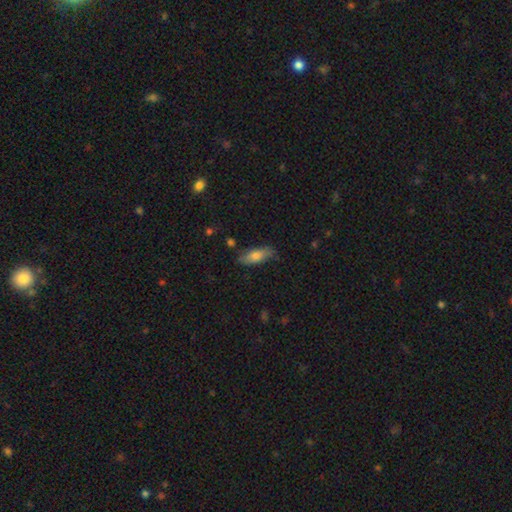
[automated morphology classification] A smooth galaxy with no disk features (74%) that is in between round and cigar-shaped (71%). Merging: none (76%).